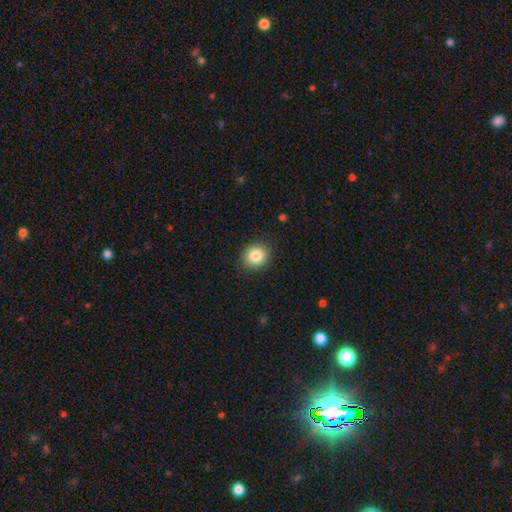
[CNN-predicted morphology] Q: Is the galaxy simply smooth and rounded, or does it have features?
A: smooth — 84%.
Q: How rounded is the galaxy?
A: round — 75%.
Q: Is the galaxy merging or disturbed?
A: none — 88%.